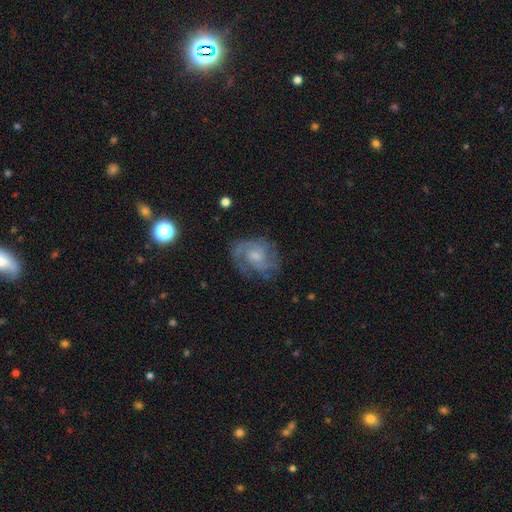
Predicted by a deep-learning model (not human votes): This appears to be a featured or disk galaxy (76%) with no bar (64%), 2 (41%) medium (45%) spiral arms (91%) and a small central bulge (49%). Merging: none (66%).